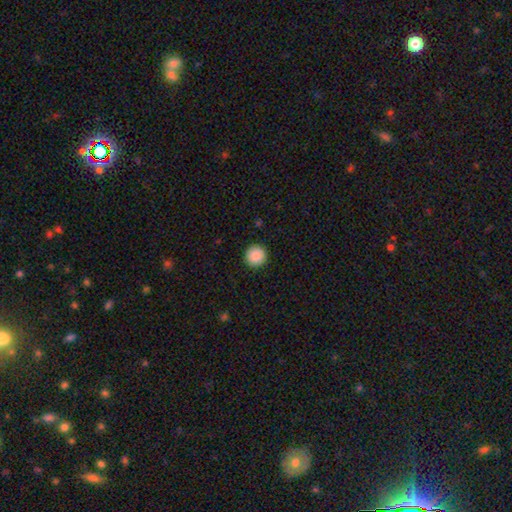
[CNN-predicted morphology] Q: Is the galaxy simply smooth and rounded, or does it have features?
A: smooth — 89%.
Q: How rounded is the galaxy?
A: round — 96%.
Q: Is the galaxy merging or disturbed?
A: none — 93%.